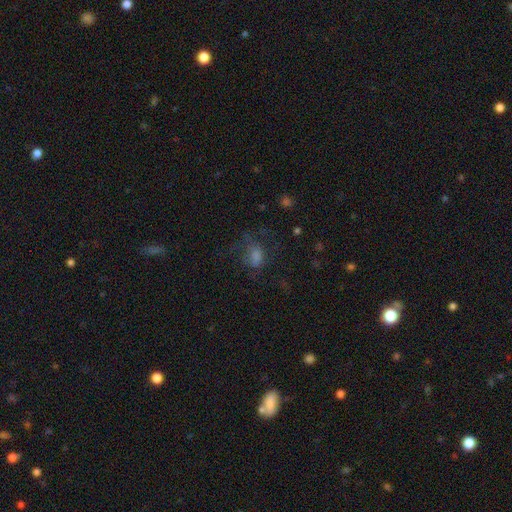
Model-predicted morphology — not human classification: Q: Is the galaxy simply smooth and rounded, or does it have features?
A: smooth — 51%.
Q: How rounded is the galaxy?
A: in between — 67%.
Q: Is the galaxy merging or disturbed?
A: none — 47%.